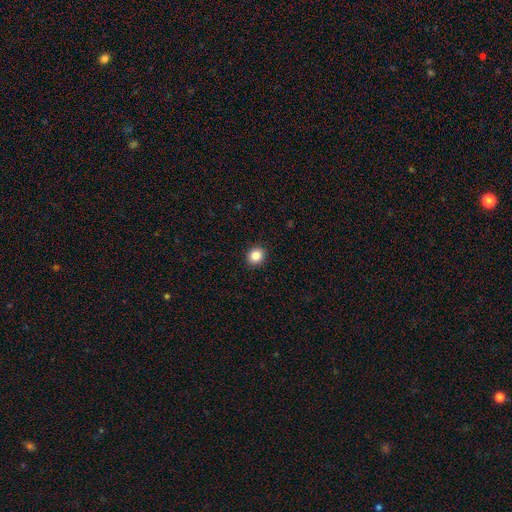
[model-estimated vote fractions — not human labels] smooth 86%, star or artifact 10%, featured or disk 4%. Down the decision tree: how rounded — round (75%); merging — none (92%).